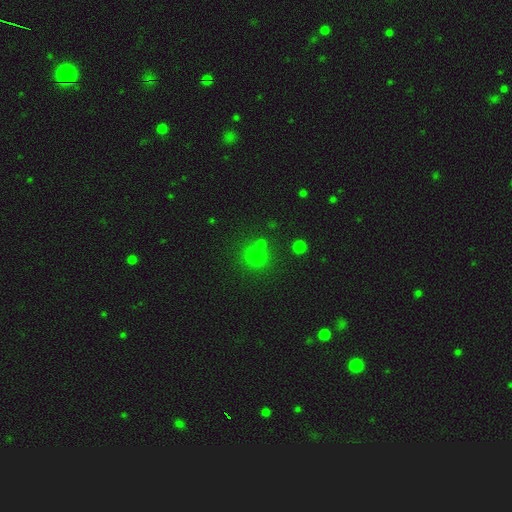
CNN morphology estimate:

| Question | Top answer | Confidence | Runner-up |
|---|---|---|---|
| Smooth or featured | smooth | 75% | star or artifact (19%) |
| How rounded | round | 89% | in between (10%) |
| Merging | none | 69% | merger (20%) |